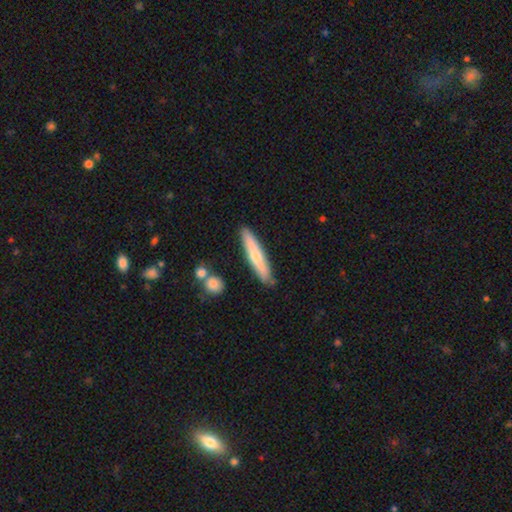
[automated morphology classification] smooth_or_featured: smooth (p=0.57) [alt: featured or disk p=0.37]
how_rounded: cigar-shaped (p=0.88) [alt: in between p=0.10]
merging: none (p=0.85) [alt: minor disturbance p=0.10]